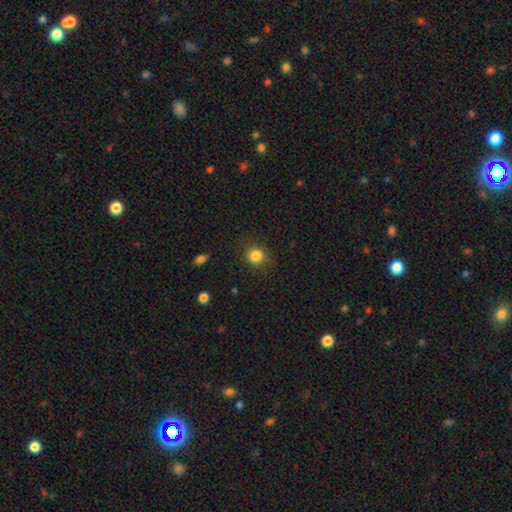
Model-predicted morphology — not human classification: Smooth or featured?
  - smooth: 84% *
  - star or artifact: 11%
  - featured or disk: 4%
How rounded?
  - round: 85% *
  - in between: 14%
  - cigar-shaped: 1%
Merging?
  - none: 84% *
  - minor disturbance: 11%
  - major disturbance: 4%
  - merger: 1%